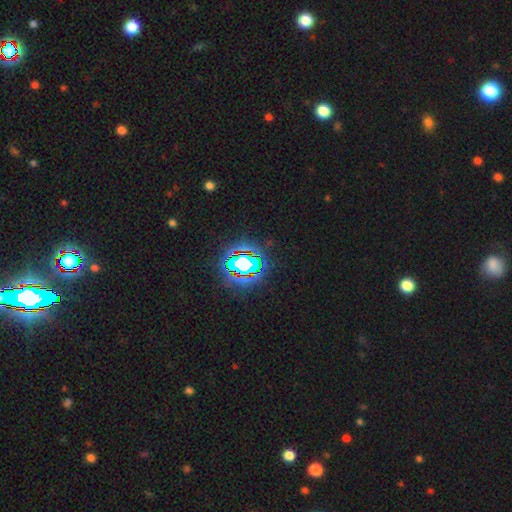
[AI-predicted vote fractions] A star or artifact, not a galaxy (83%).